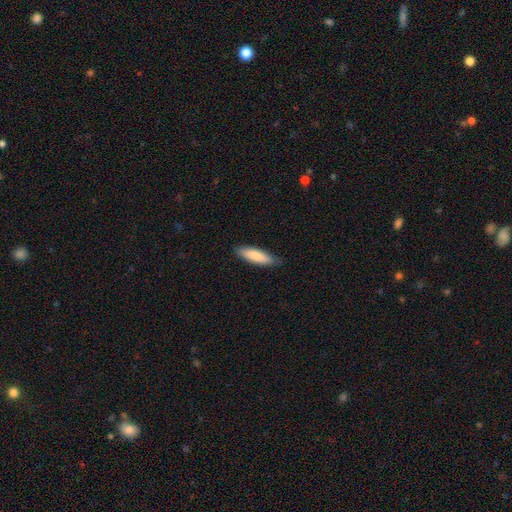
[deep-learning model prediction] Smooth or featured?
  - smooth: 85% *
  - featured or disk: 10%
  - star or artifact: 5%
How rounded?
  - cigar-shaped: 59% *
  - in between: 40%
  - round: 1%
Merging?
  - none: 83% *
  - minor disturbance: 14%
  - major disturbance: 2%
  - merger: 1%